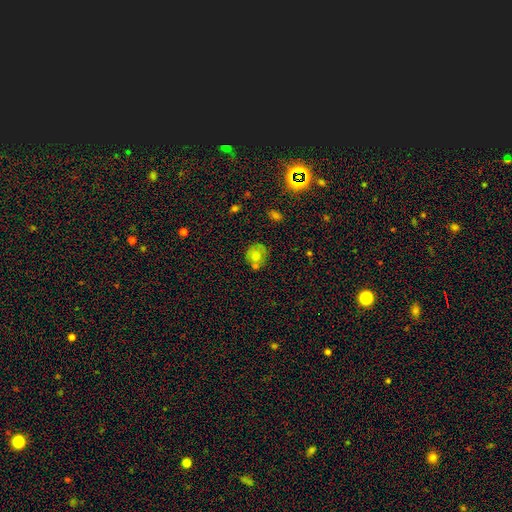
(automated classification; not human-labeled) Overall: smooth (67%). How rounded: round (77%). Merging: none (55%; merger 20%).